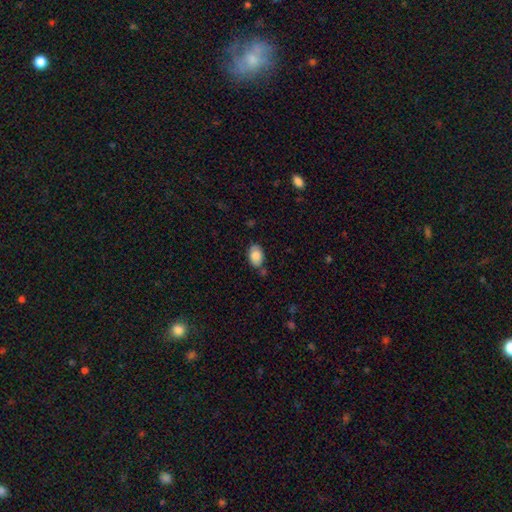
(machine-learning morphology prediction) type=smooth (85%); roundness=in between (88%); merging=none (72%).